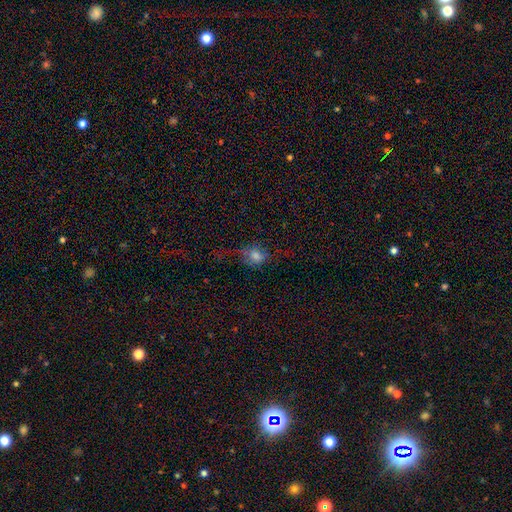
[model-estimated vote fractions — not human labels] A smooth galaxy with no disk features (62%) that is round (51%). Merging: none (46%).